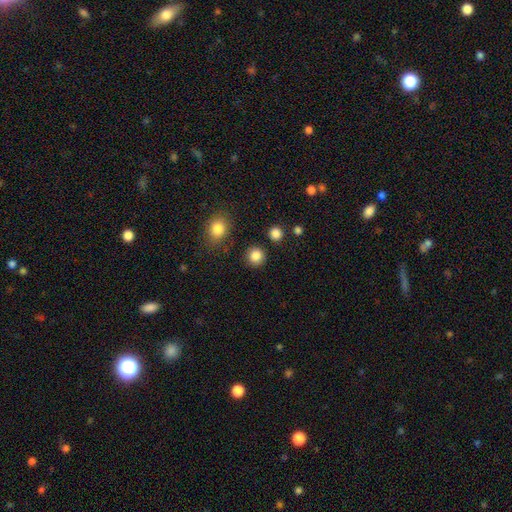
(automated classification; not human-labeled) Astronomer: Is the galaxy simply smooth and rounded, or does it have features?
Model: smooth — 85%.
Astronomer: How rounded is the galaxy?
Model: round — 91%.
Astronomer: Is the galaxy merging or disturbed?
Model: none — 88%.